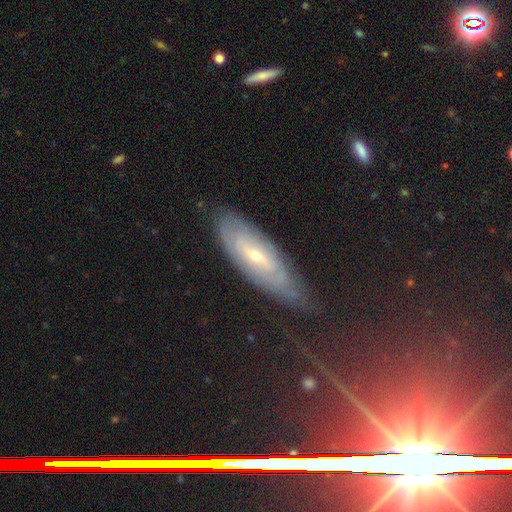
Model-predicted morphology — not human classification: Smooth or featured?
  - featured or disk: 68% *
  - smooth: 24%
  - star or artifact: 8%
Edge-on disk?
  - no: 79% *
  - yes: 21%
Bar?
  - no: 44% *
  - weak: 41%
  - strong: 15%
Spiral arms?
  - yes: 70% *
  - no: 30%
Bulge size?
  - small: 65% *
  - moderate: 32%
  - large: 1%
  - none: 1%
  - dominant: 1%
Merging?
  - none: 65% *
  - minor disturbance: 25%
  - major disturbance: 9%
  - merger: 2%